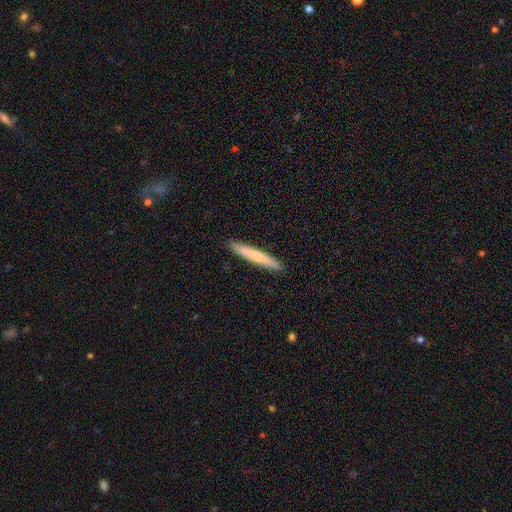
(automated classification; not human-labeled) A smooth galaxy with no disk features (68%) that is cigar-shaped (96%).

Vote fractions:
- Smooth or featured? smooth: 68% / featured or disk: 27% / star or artifact: 5%
- How rounded? cigar-shaped: 96% / in between: 3% / round: 1%
- Merging? none: 92% / minor disturbance: 6% / major disturbance: 1% / merger: 1%